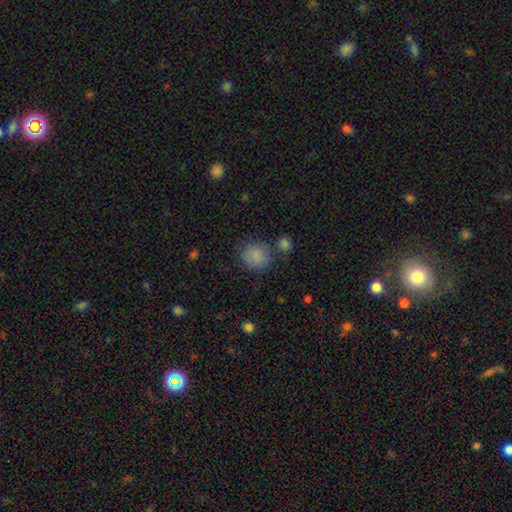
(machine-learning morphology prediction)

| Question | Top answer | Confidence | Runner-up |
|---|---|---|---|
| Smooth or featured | smooth | 86% | star or artifact (9%) |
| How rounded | round | 86% | in between (13%) |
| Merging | none | 72% | minor disturbance (14%) |